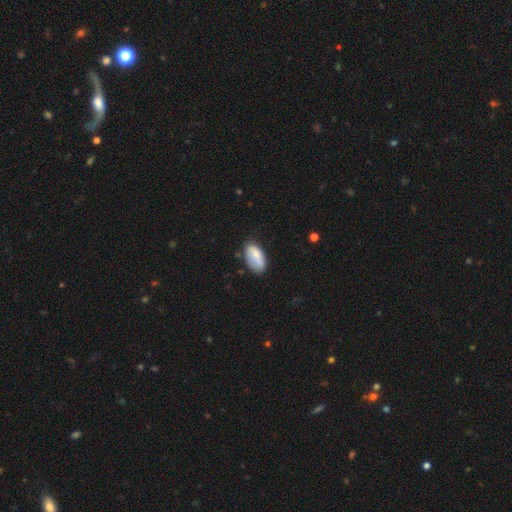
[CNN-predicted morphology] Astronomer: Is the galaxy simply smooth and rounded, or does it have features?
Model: smooth — 73%.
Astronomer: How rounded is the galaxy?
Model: in between — 94%.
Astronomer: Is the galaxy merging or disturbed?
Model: none — 66%.